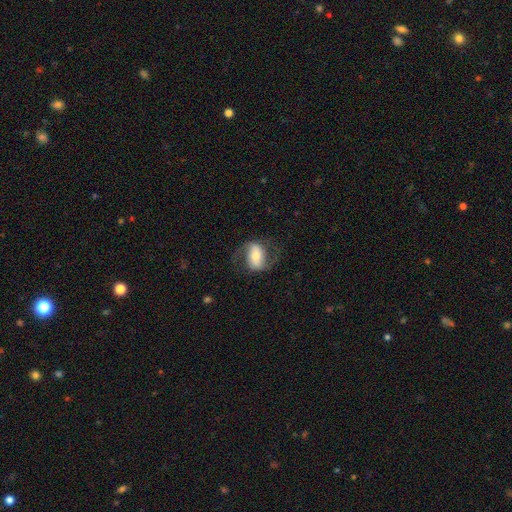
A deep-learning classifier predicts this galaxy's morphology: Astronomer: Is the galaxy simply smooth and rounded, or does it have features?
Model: featured or disk — 63%.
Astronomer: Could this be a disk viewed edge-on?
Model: no — 95%.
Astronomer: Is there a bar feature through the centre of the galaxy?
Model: strong — 45% (runner-up: weak, 30%).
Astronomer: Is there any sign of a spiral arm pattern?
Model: yes — 87%.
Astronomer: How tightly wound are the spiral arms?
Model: loose — 44% (runner-up: medium, 42%).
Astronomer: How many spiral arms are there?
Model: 2 — 89%.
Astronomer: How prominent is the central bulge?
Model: moderate — 47% (runner-up: small, 29%).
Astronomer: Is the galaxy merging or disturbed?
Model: none — 68%.